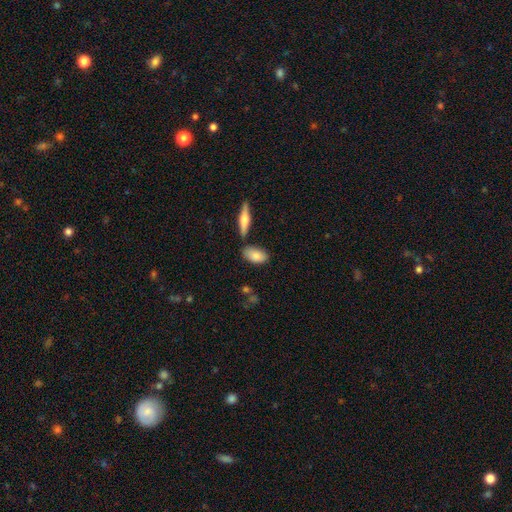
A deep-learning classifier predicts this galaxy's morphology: Q: Smooth or featured?
A: smooth (81%); runner-up: featured or disk (13%)
Q: How rounded?
A: in between (90%); runner-up: cigar-shaped (6%)
Q: Merging?
A: none (71%); runner-up: minor disturbance (16%)